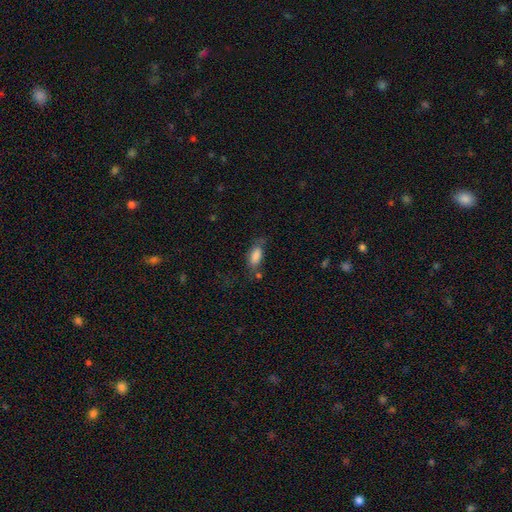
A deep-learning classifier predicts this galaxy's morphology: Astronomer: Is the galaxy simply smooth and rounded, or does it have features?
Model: smooth — 82%.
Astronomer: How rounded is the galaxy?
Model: in between — 84%.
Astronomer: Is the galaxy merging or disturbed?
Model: none — 53%.